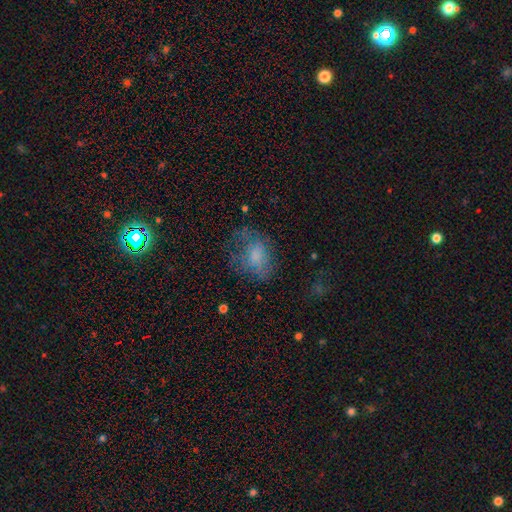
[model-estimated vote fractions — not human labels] Morphology: type=smooth (61%); roundness=in between (66%); merging=none (48%).